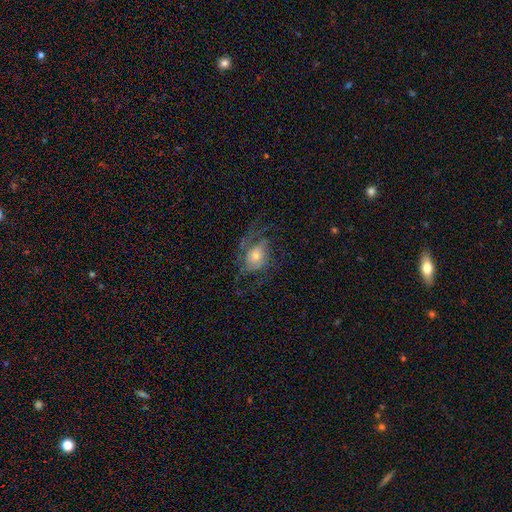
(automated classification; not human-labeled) This is likely a featured or disk galaxy (63%). It is clearly not viewed edge-on (95%). Bar: likely no (75%). Spiral arm pattern: likely yes (75%). Central bulge: possibly moderate (48%). Merging: possibly none (49%).